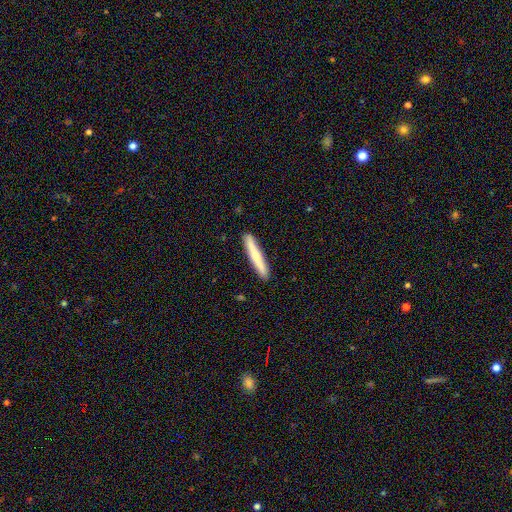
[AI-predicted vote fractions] Overall: smooth (59%; featured or disk 35%). How rounded: cigar-shaped (95%). Merging: none (91%).